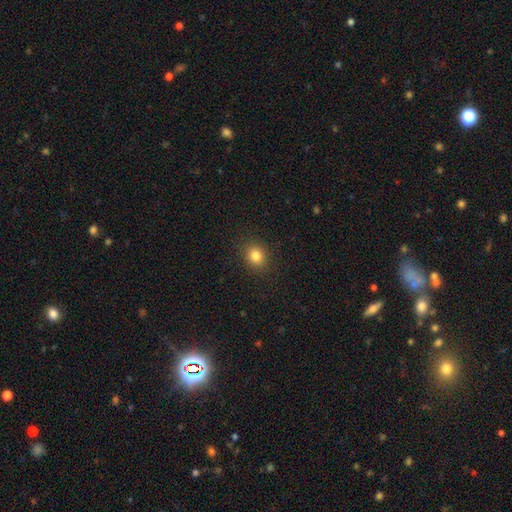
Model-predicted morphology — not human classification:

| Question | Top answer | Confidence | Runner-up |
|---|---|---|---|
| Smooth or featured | smooth | 82% | star or artifact (12%) |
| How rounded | round | 72% | in between (27%) |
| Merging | none | 89% | minor disturbance (7%) |